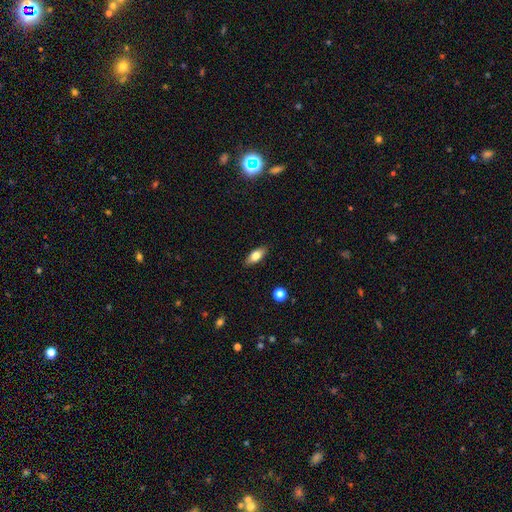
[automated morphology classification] This appears to be a smooth galaxy with no disk features (73%) that is in between round and cigar-shaped (79%). Merging: none (88%).